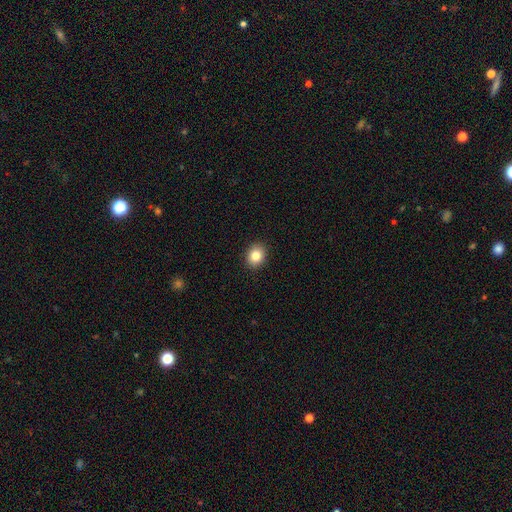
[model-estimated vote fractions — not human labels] This is clearly a smooth galaxy (84%). How rounded: likely round (62%). Merging: clearly none (91%).